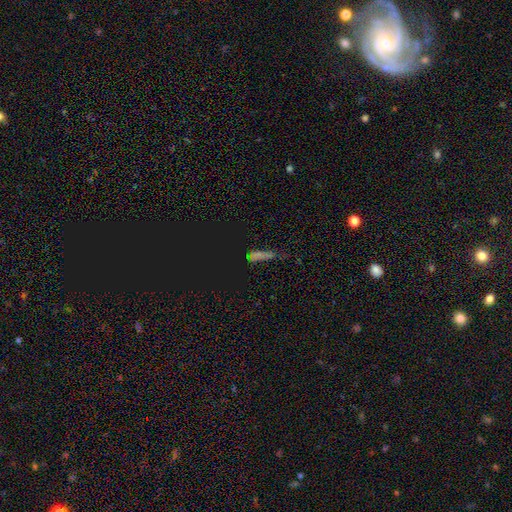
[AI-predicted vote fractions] This is marginally a smooth galaxy (45%). Merging: possibly none (56%).